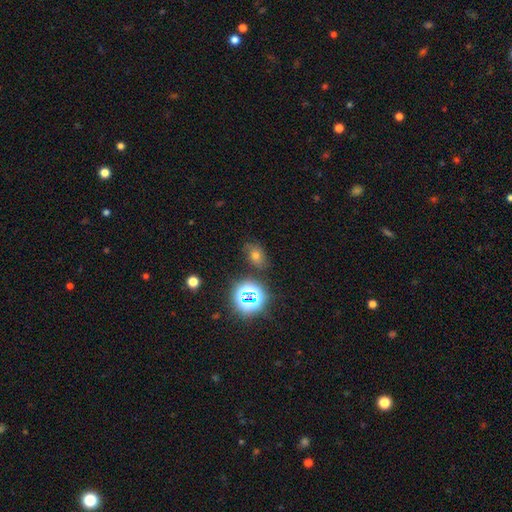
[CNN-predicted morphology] Q: Smooth or featured?
A: smooth (51%); runner-up: star or artifact (34%)
Q: How rounded?
A: in between (72%); runner-up: round (26%)
Q: Merging?
A: none (74%); runner-up: minor disturbance (17%)